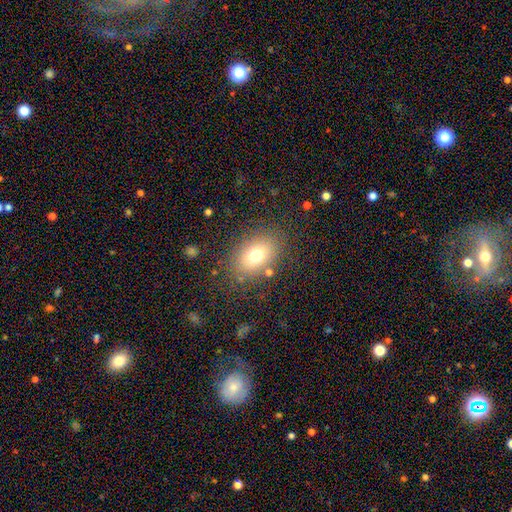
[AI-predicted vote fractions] This is likely a smooth galaxy (72%). How rounded: likely in between (75%). Merging: likely none (79%).